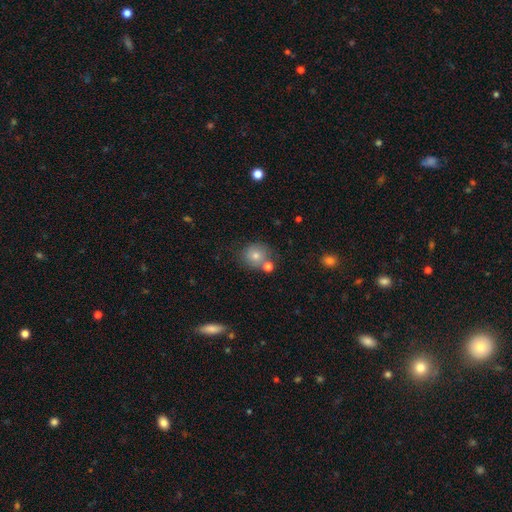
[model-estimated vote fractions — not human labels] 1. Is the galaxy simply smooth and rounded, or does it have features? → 76% smooth, 13% featured or disk, 11% star or artifact.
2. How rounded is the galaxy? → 85% round, 14% in between, 1% cigar-shaped.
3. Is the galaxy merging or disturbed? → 64% none, 18% merger, 13% minor disturbance, 4% major disturbance.